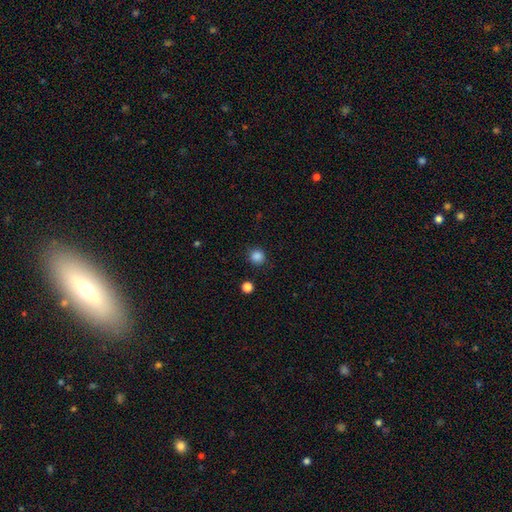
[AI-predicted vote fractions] Smooth or featured: smooth — 86% (star or artifact — 11%)
How rounded: round — 93% (in between — 6%)
Merging: none — 90% (minor disturbance — 6%)